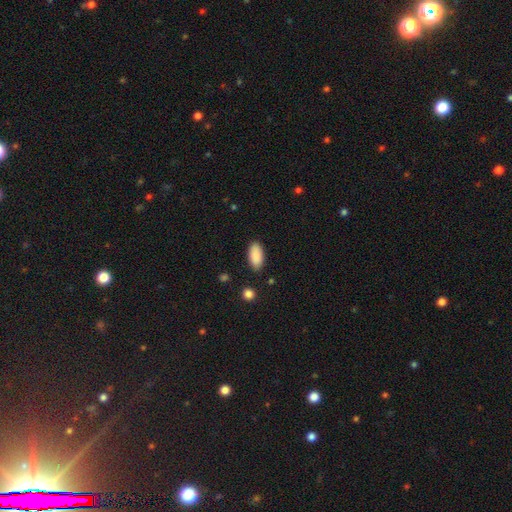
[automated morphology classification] smooth 90%, star or artifact 6%, featured or disk 4%. Down the decision tree: how rounded — in between (90%); merging — none (86%).